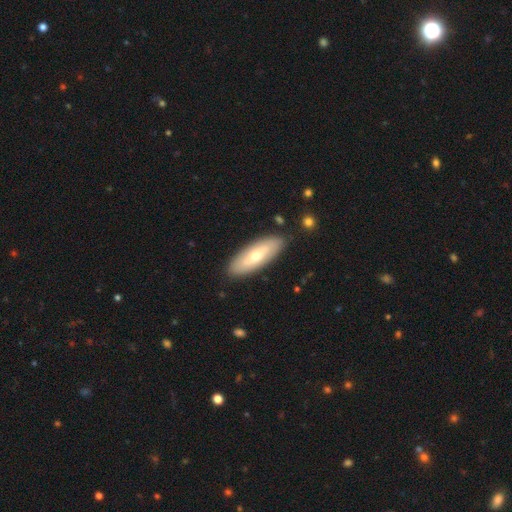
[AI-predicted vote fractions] Smooth or featured?
  - smooth: 56% *
  - featured or disk: 39%
  - star or artifact: 5%
How rounded?
  - in between: 64% *
  - cigar-shaped: 34%
  - round: 2%
Merging?
  - none: 87% *
  - minor disturbance: 9%
  - major disturbance: 2%
  - merger: 2%